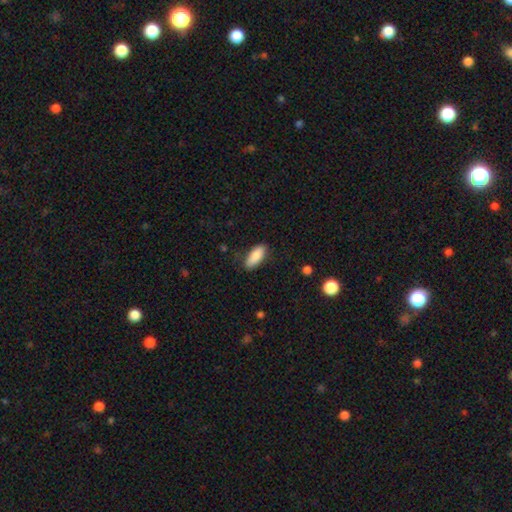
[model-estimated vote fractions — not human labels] This appears to be a smooth galaxy with no disk features (87%) that is in between round and cigar-shaped (79%). Merging: none (81%).